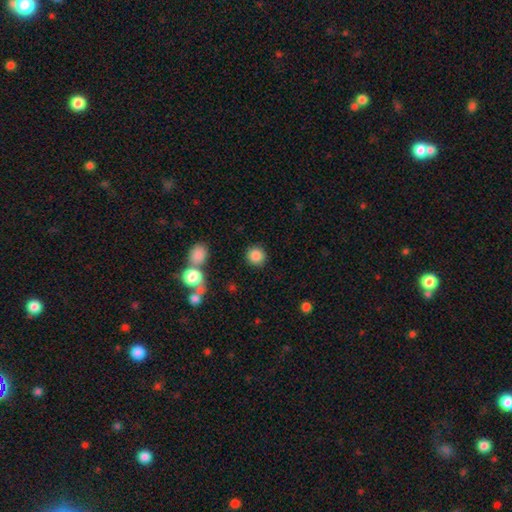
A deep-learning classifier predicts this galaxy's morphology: Smooth or featured? smooth (85%)
How rounded? round (92%)
Merging? none (87%)